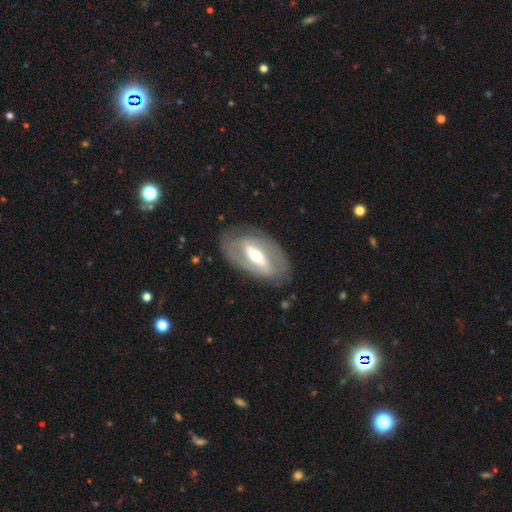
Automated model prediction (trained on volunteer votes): smooth-or-featured: featured or disk: 73% | smooth: 22% | star or artifact: 6%
  disk-edge-on: no: 85% | yes: 15%
    bar: strong: 63% | weak: 23% | no: 14%
    has-spiral-arms: yes: 50% (tied) | no: 50% (tied)
    bulge-size: moderate: 63% | small: 27% | large: 8% | dominant: 1% | none: 1%
  merging: none: 77% | minor disturbance: 15% | major disturbance: 7% | merger: 1%